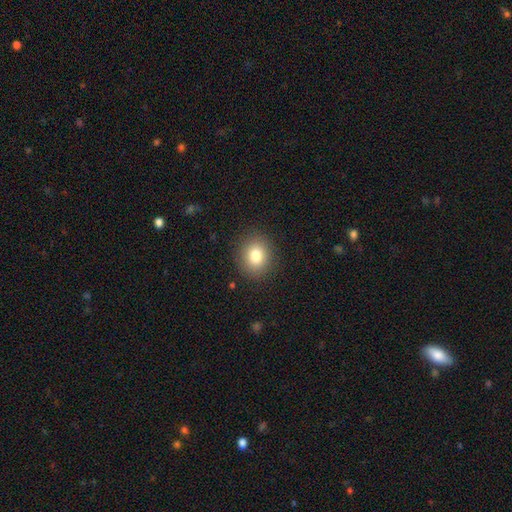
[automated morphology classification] Smooth or featured: smooth — 81% (star or artifact — 11%)
How rounded: round — 69% (in between — 30%)
Merging: none — 89% (minor disturbance — 8%)